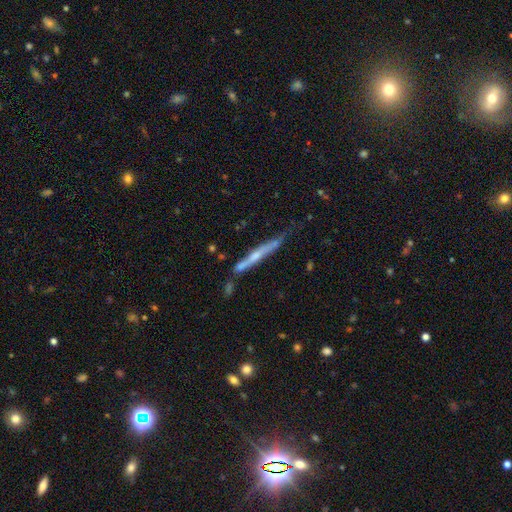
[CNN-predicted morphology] This appears to be a featured or disk galaxy (62%) viewed edge-on (93%) with a rounded central bulge (49%). Merging: none (58%).